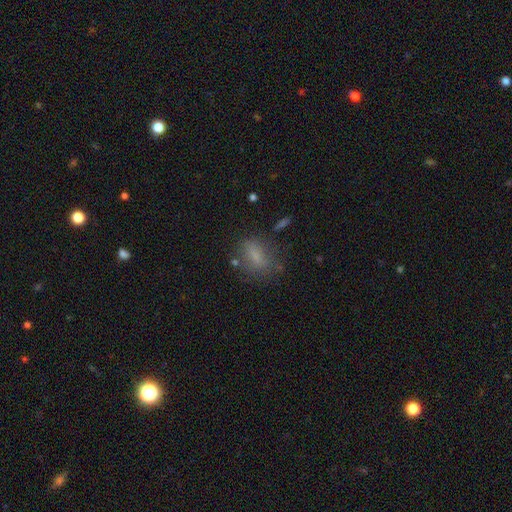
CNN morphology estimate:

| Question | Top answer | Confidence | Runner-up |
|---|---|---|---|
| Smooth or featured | smooth | 70% | featured or disk (17%) |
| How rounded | in between | 73% | round (20%) |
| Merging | none | 63% | minor disturbance (21%) |